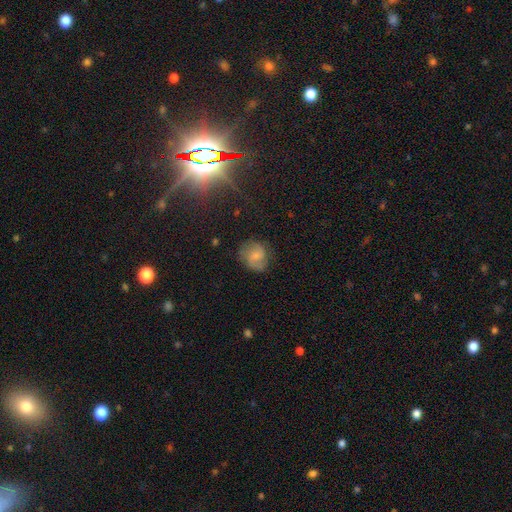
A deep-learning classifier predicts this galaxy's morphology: The model was most divided on "smooth or featured": smooth: 46%, featured or disk: 45%, star or artifact: 9%. More confident: merging — none (71%).